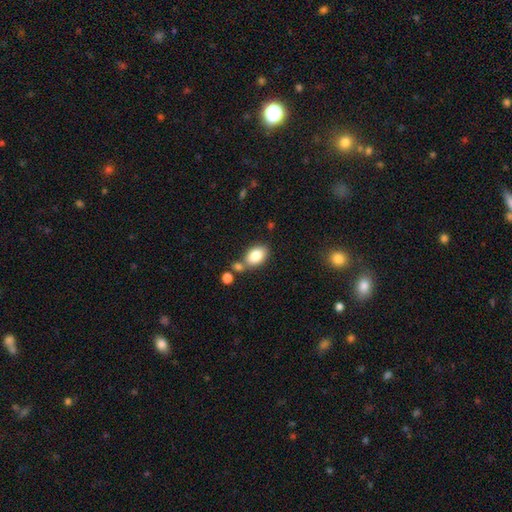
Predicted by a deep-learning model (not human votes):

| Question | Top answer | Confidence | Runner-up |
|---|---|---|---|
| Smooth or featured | smooth | 82% | featured or disk (10%) |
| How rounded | in between | 87% | round (12%) |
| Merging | none | 65% | merger (18%) |